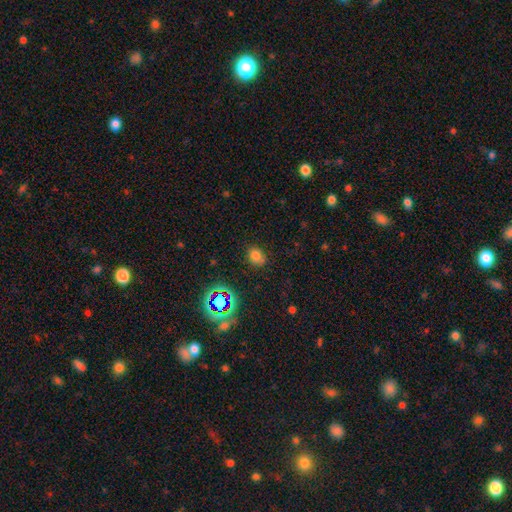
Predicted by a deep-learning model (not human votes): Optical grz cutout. It shows a smooth galaxy with no disk features (72%) that is round (50%). Merging: none (78%).